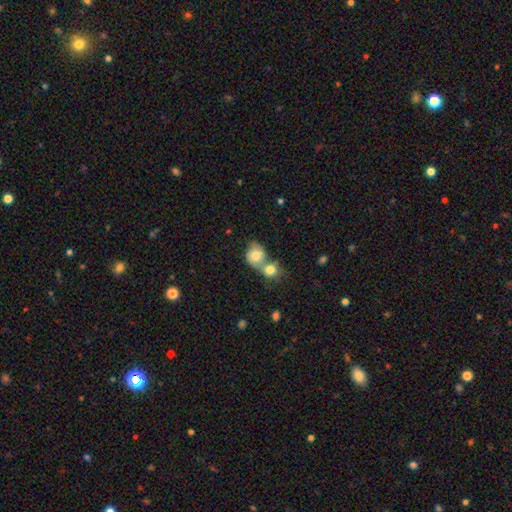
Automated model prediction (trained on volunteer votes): Smooth or featured: smooth — 75% (featured or disk — 17%)
How rounded: round — 68% (in between — 30%)
Merging: merger — 67% (none — 22%)